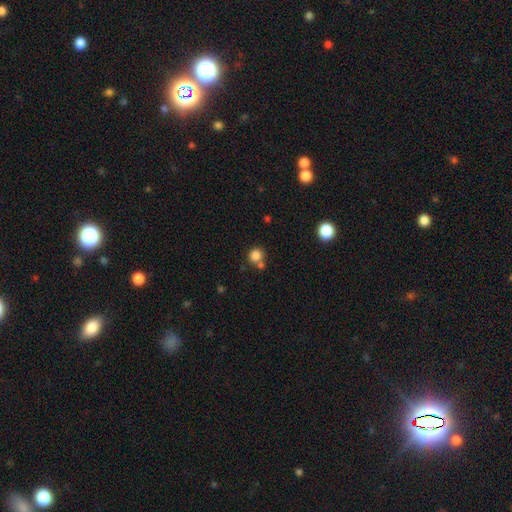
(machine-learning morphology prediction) type=smooth (83%); roundness=round (87%); merging=none (61%).